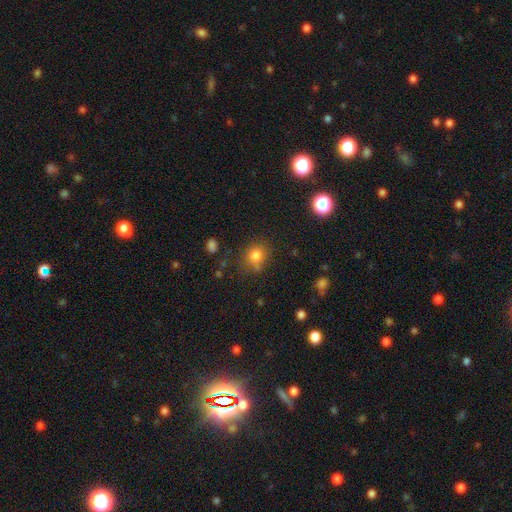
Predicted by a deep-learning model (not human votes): This is likely a smooth galaxy (79%). How rounded: likely round (74%). Merging: likely none (66%).